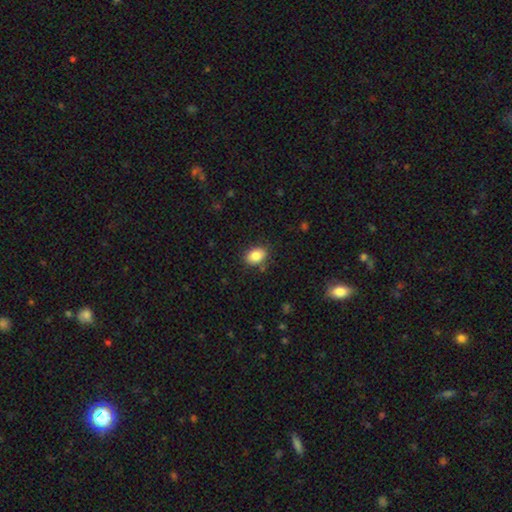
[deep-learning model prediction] smooth_or_featured: smooth (p=0.85) [alt: star or artifact p=0.08]
how_rounded: in between (p=0.81) [alt: round p=0.18]
merging: none (p=0.84) [alt: minor disturbance p=0.11]